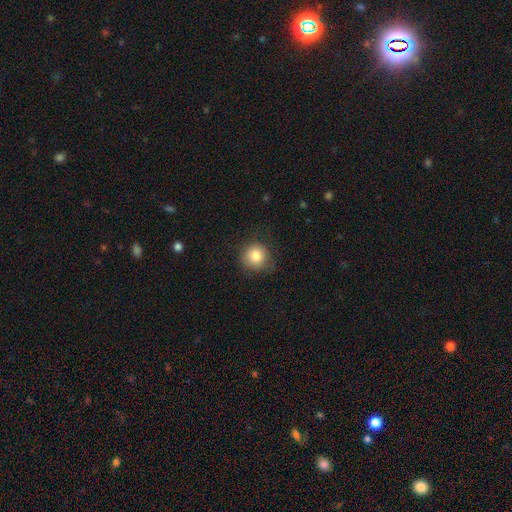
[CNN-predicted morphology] A smooth galaxy with no disk features (83%) that is round (90%).

Vote fractions:
- Smooth or featured? smooth: 83% / star or artifact: 10% / featured or disk: 7%
- How rounded? round: 90% / in between: 9% / cigar-shaped: 1%
- Merging? none: 78% / minor disturbance: 16% / major disturbance: 5% / merger: 1%